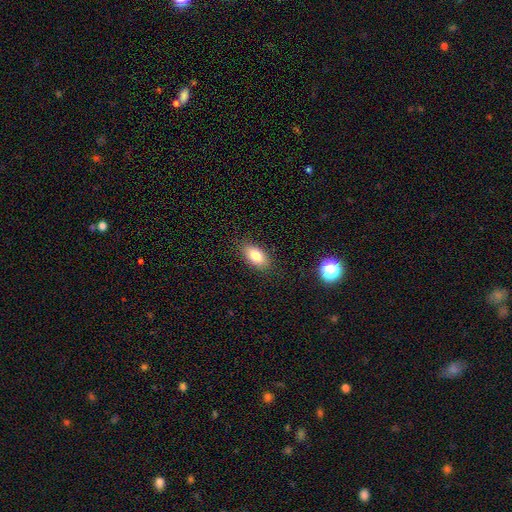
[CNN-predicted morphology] Smooth or featured?
  - smooth: 80% *
  - featured or disk: 11%
  - star or artifact: 9%
How rounded?
  - in between: 89% *
  - round: 6%
  - cigar-shaped: 5%
Merging?
  - none: 87% *
  - minor disturbance: 10%
  - major disturbance: 2%
  - merger: 1%